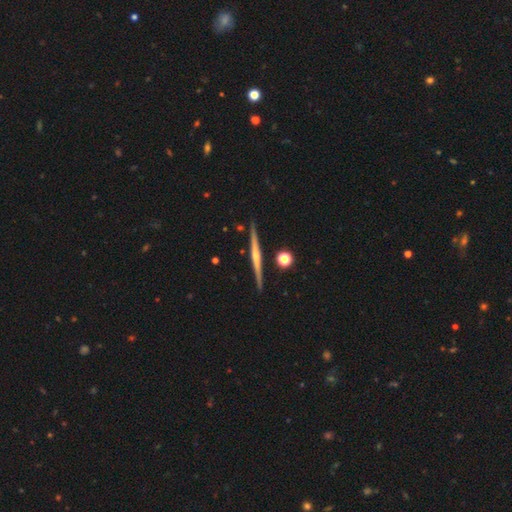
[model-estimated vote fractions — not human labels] A featured or disk galaxy (75%) viewed edge-on (98%) with a rounded central bulge (55%). Merging: none (90%).